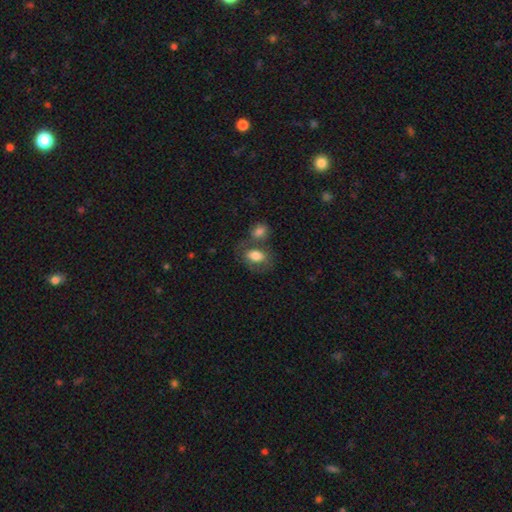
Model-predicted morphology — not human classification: Smooth or featured? smooth (74%)
How rounded? in between (84%)
Merging? none (48%)